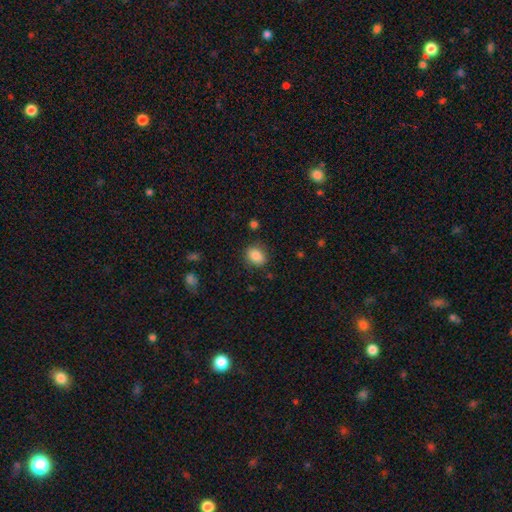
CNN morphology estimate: Smooth or featured? Predicted: smooth (p=0.85). How rounded? Predicted: in between (p=0.51). Merging? Predicted: none (p=0.84).